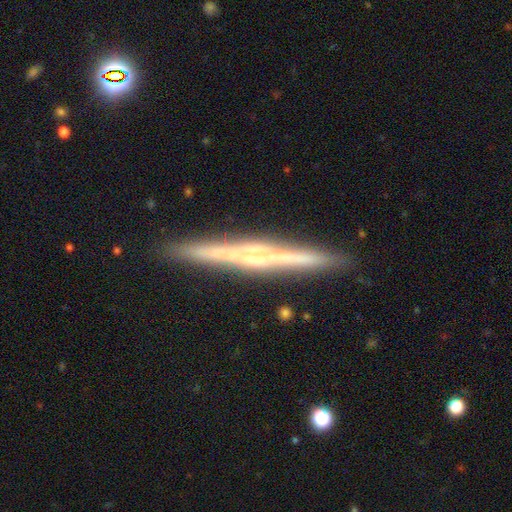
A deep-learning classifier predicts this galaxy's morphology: This appears to be a featured or disk galaxy (78%) viewed edge-on (98%) with a rounded central bulge (44%). Merging: none (90%).